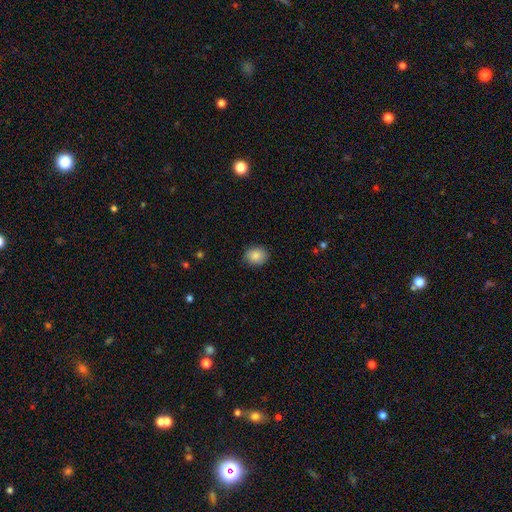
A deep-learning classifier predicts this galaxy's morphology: Smooth or featured? Predicted: smooth (p=0.86). How rounded? Predicted: round (p=0.62). Merging? Predicted: none (p=0.85).